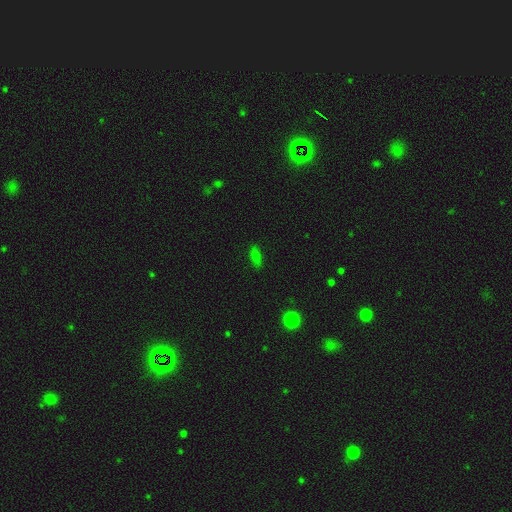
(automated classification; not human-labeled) A smooth galaxy with no disk features (68%) that is in between round and cigar-shaped (70%).

Vote fractions:
- Smooth or featured? smooth: 68% / star or artifact: 17% / featured or disk: 15%
- How rounded? in between: 70% / cigar-shaped: 23% / round: 6%
- Merging? none: 84% / minor disturbance: 12% / major disturbance: 3% / merger: 1%